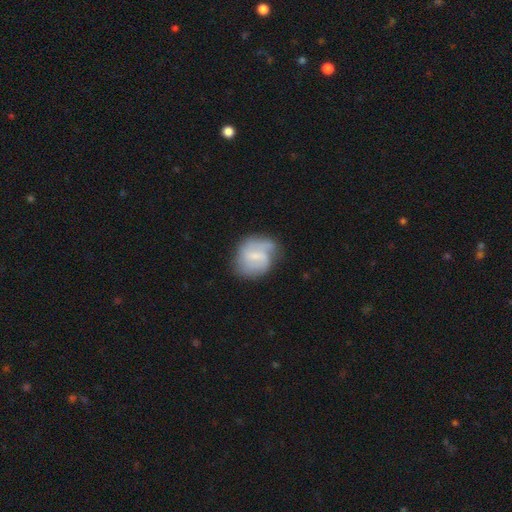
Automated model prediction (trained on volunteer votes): Smooth or featured?
  - featured or disk: 59% *
  - smooth: 34%
  - star or artifact: 7%
Edge-on disk?
  - no: 97% *
  - yes: 3%
Bar?
  - weak: 57% *
  - no: 26%
  - strong: 17%
Spiral arms?
  - yes: 80% *
  - no: 20%
Bulge size?
  - small: 51% *
  - moderate: 23%
  - none: 22%
  - large: 2%
  - dominant: 1%
Merging?
  - none: 49% *
  - minor disturbance: 29%
  - major disturbance: 18%
  - merger: 4%